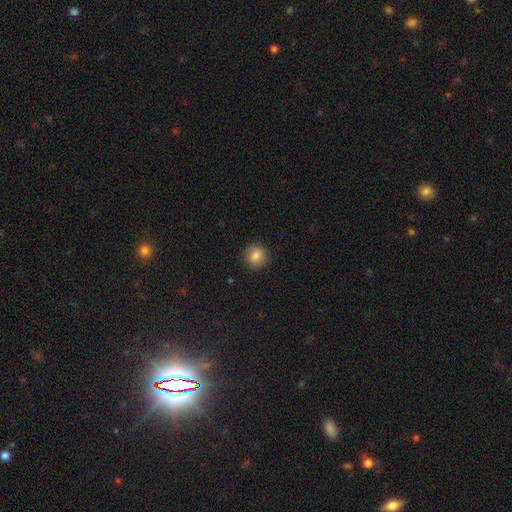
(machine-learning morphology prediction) The model was most divided on "smooth or featured": smooth: 85%, star or artifact: 9%, featured or disk: 6%. More confident: how rounded — round (91%); merging — none (89%).